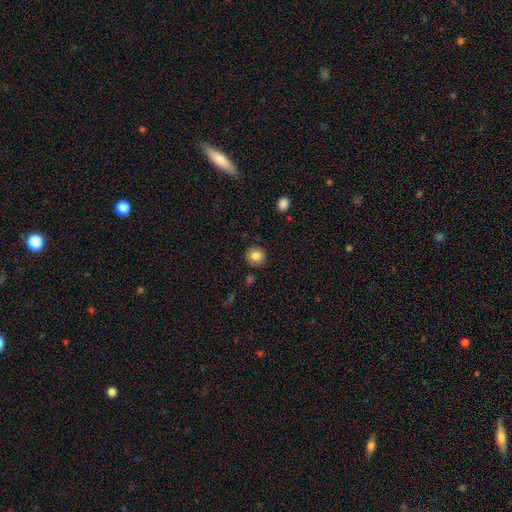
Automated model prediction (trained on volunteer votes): Smooth or featured? Predicted: smooth (p=0.83). How rounded? Predicted: round (p=0.91). Merging? Predicted: none (p=0.88).